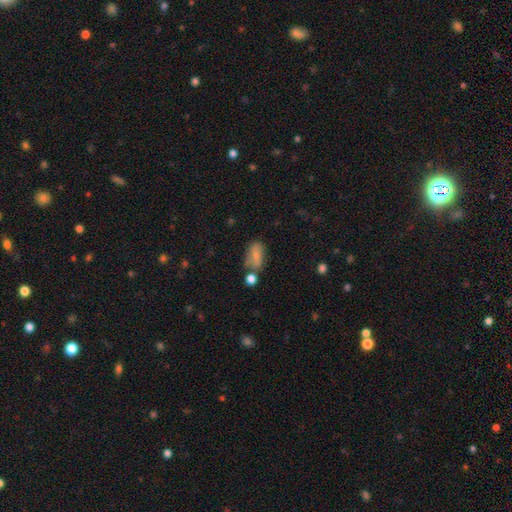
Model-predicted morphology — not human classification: Overall: smooth (72%). How rounded: in between (86%). Merging: none (46%; minor disturbance 24%).